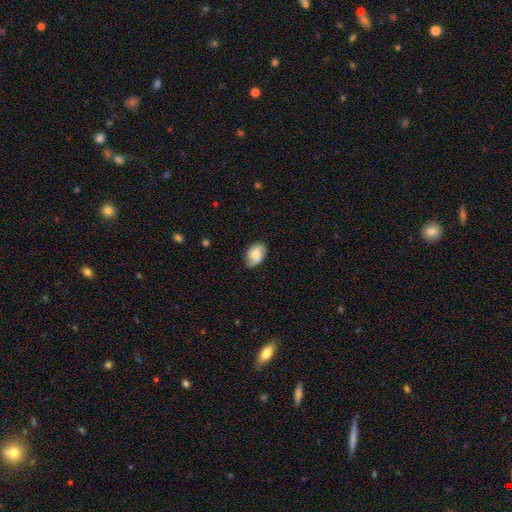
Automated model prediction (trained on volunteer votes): This is likely a smooth galaxy (71%). How rounded: clearly in between (80%). Merging: likely none (68%).